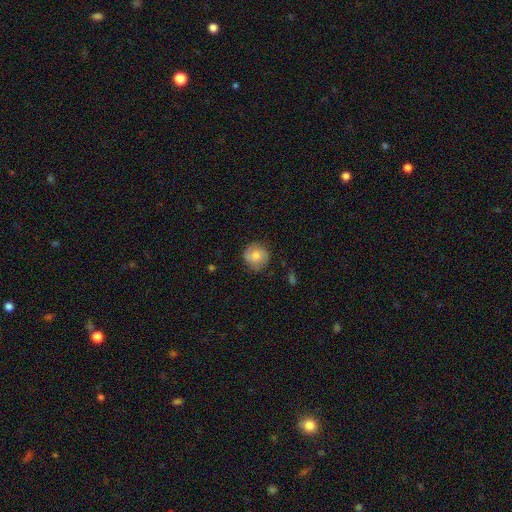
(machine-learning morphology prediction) smooth 61%, featured or disk 31%, star or artifact 8%. Down the decision tree: how rounded — round (88%); merging — none (75%).